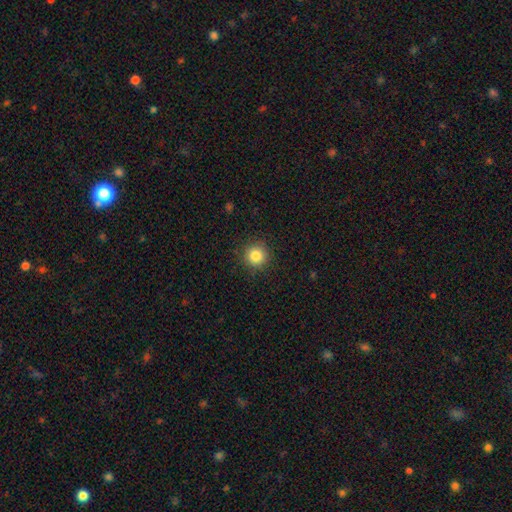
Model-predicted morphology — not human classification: Smooth or featured?
  - smooth: 84% *
  - star or artifact: 11%
  - featured or disk: 5%
How rounded?
  - round: 95% *
  - in between: 5%
  - cigar-shaped: 1%
Merging?
  - none: 90% *
  - minor disturbance: 6%
  - major disturbance: 2%
  - merger: 1%